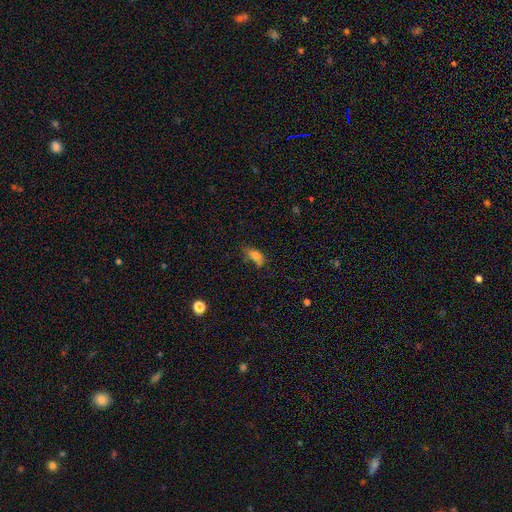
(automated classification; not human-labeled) Morphology: type=smooth (77%); roundness=in between (83%); merging=none (50%).